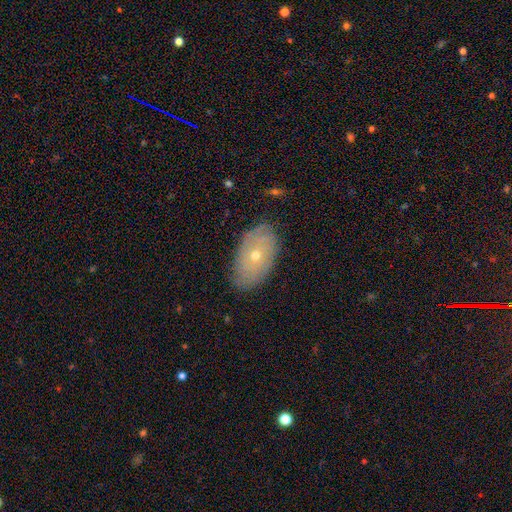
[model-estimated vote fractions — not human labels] Overall: featured or disk (48%; smooth 44%). Merging: none (80%).